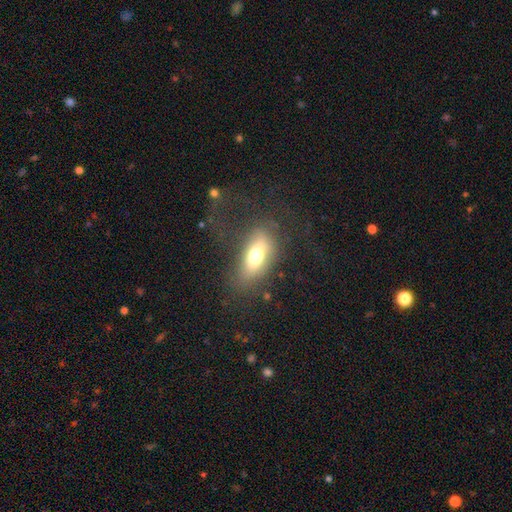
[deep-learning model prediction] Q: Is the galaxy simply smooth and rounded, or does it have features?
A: smooth — 66%.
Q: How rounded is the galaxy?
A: in between — 82%.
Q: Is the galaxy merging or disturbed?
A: none — 61%.